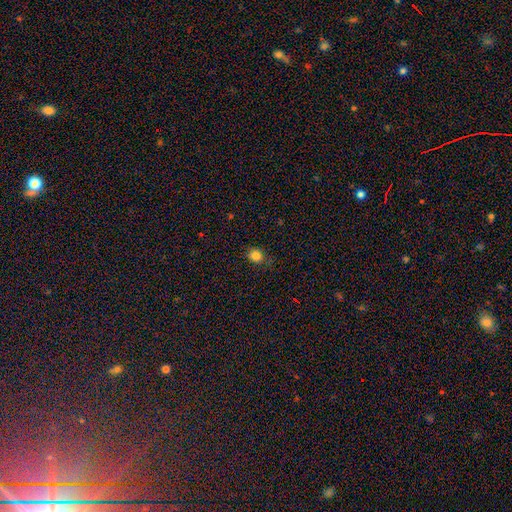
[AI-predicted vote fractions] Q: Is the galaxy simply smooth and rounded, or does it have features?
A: smooth — 83%.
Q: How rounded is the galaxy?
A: round — 67%.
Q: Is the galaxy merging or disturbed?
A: none — 76%.